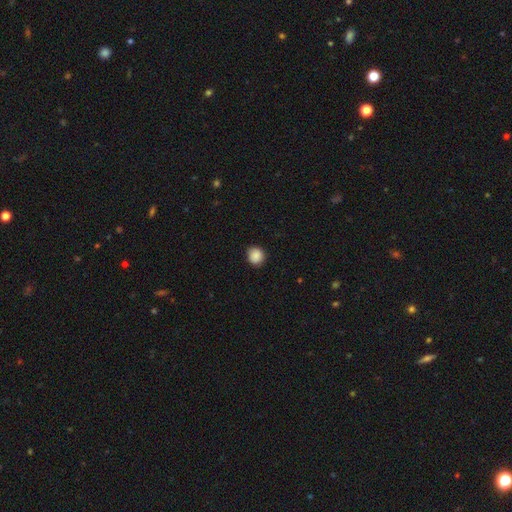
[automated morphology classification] smooth-or-featured: smooth: 88% | star or artifact: 9% | featured or disk: 3%
  how-rounded: round: 88% | in between: 11% | cigar-shaped: 1%
  merging: none: 89% | minor disturbance: 8% | major disturbance: 2% | merger: 1%